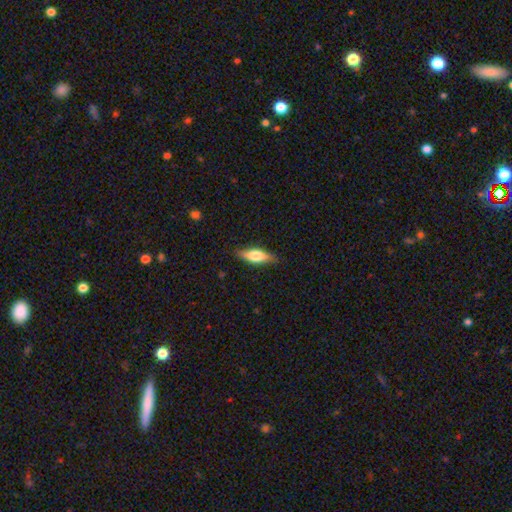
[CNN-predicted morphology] A smooth galaxy with no disk features (57%) that is in between round and cigar-shaped (55%). Merging: none (84%).